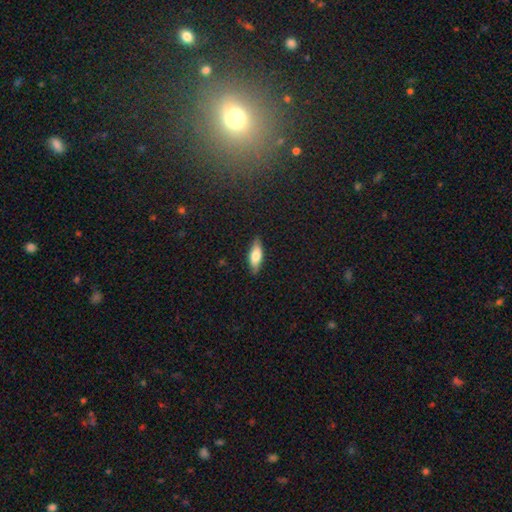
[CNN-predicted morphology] smooth_or_featured: smooth (p=0.70) [alt: featured or disk p=0.24]
how_rounded: in between (p=0.66) [alt: cigar-shaped p=0.32]
merging: none (p=0.85) [alt: minor disturbance p=0.12]